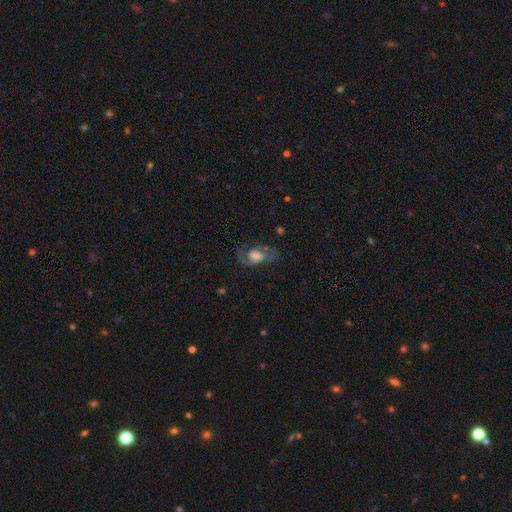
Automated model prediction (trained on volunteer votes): Morphology: type=featured or disk (66%); edge-on=no (94%); bar=no (51%); spiral arms=yes (79%); bulge=large (43%); merging=none (61%).